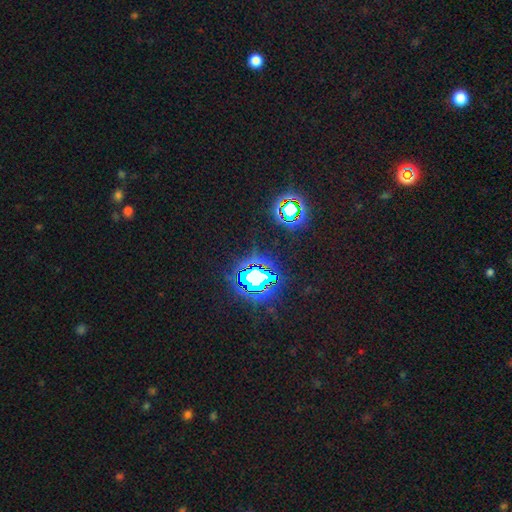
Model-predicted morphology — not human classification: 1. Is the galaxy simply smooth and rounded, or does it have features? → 82% star or artifact, 12% smooth, 7% featured or disk.